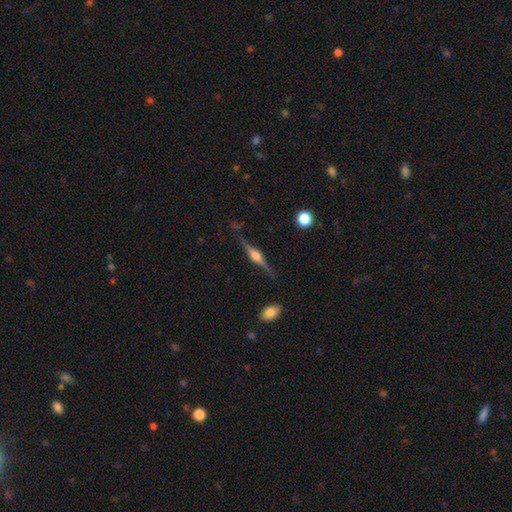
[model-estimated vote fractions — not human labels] The model was most divided on "smooth or featured": featured or disk: 82%, smooth: 12%, star or artifact: 6%. More confident: edge-on disk — yes (98%); edge-on bulge — rounded (88%); merging — none (84%).